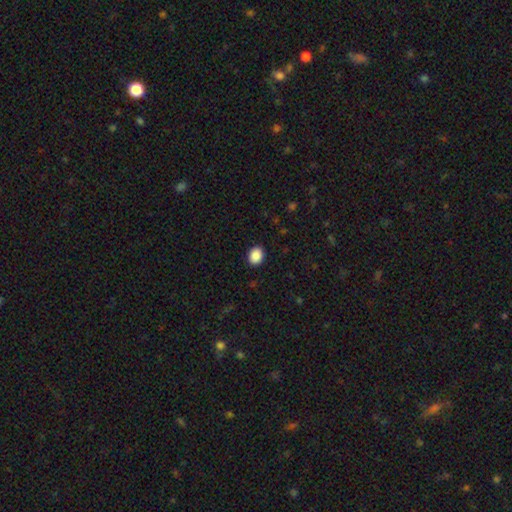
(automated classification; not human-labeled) The model was most divided on "how rounded": in between: 55%, round: 44%, cigar-shaped: 1%. More confident: merging — none (91%); smooth or featured — smooth (89%).